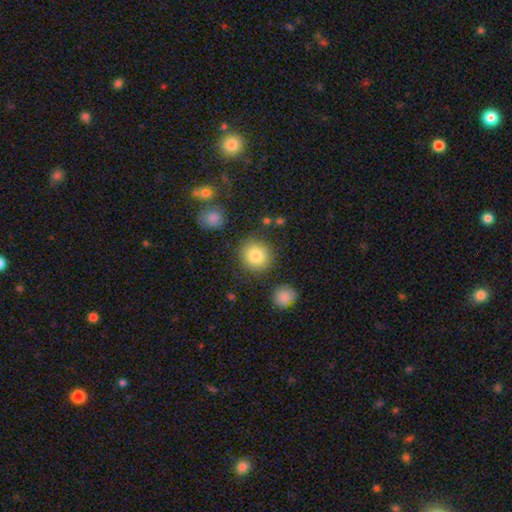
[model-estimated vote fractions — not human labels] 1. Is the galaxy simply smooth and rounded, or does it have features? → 85% smooth, 9% star or artifact, 7% featured or disk.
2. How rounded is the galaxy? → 89% round, 10% in between, 1% cigar-shaped.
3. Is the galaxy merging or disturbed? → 84% none, 8% minor disturbance, 4% merger, 3% major disturbance.